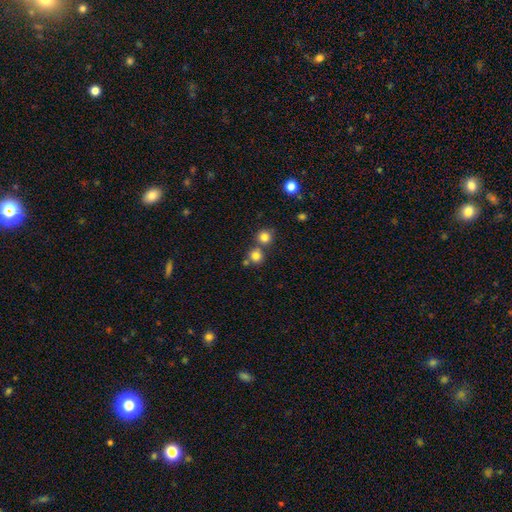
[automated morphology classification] type=smooth (79%); roundness=round (91%); merging=none (63%).